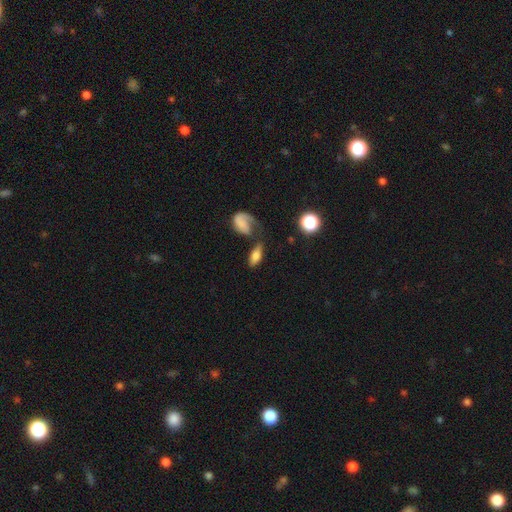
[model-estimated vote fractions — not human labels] The model was most divided on "merging": none: 46%, merger: 21%, minor disturbance: 17%, major disturbance: 16%. More confident: how rounded — in between (81%); smooth or featured — smooth (68%).